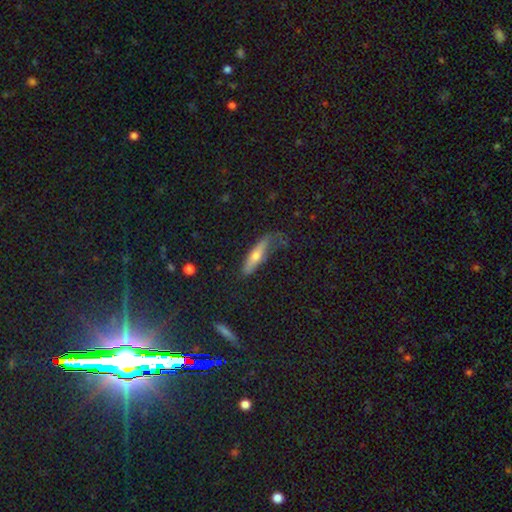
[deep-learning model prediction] Smooth or featured: smooth — 49% (featured or disk — 43%)
Merging: none — 52% (minor disturbance — 29%)